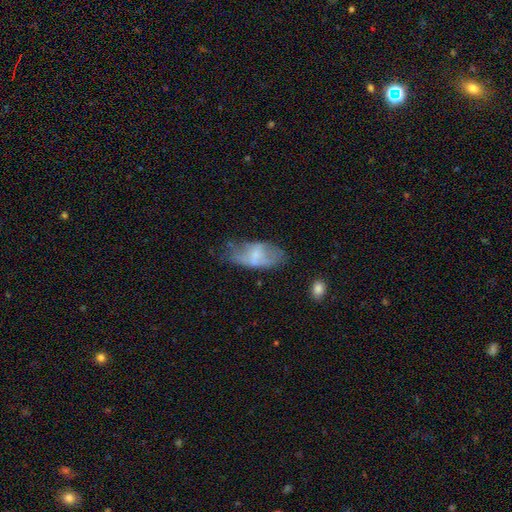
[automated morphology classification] Overall: smooth (52%; featured or disk 40%). How rounded: in between (90%). Merging: none (43%; minor disturbance 33%).